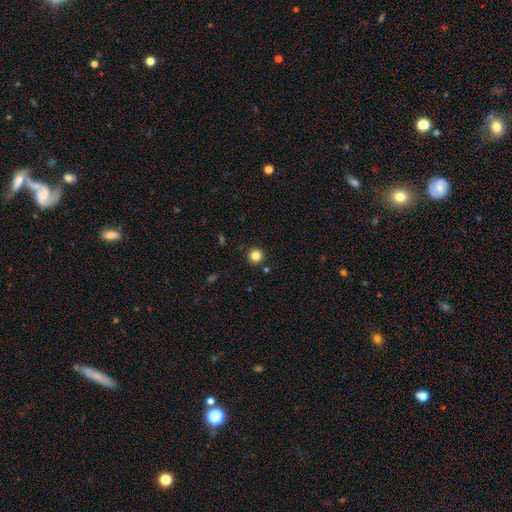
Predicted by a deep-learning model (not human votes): Smooth or featured? Predicted: smooth (p=0.83). How rounded? Predicted: round (p=0.95). Merging? Predicted: none (p=0.91).